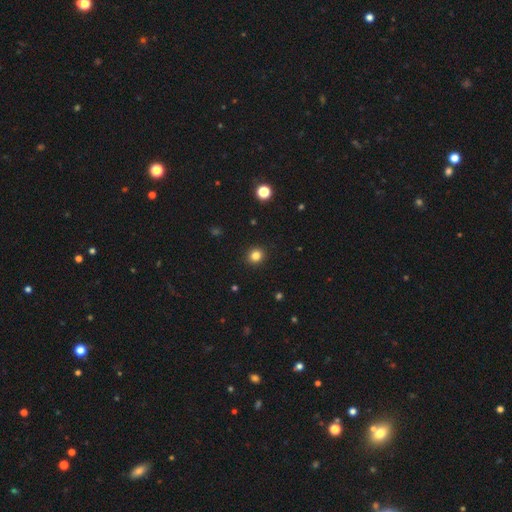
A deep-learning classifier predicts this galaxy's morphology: This appears to be a smooth galaxy with no disk features (83%) that is round (85%). Merging: none (92%).